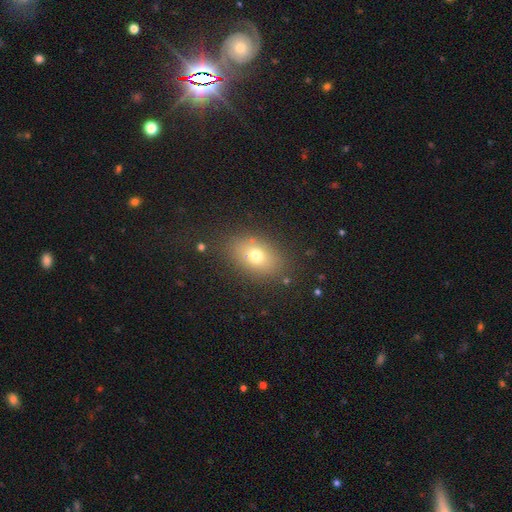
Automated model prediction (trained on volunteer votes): Morphology: type=smooth (71%); roundness=in between (78%); merging=none (82%).